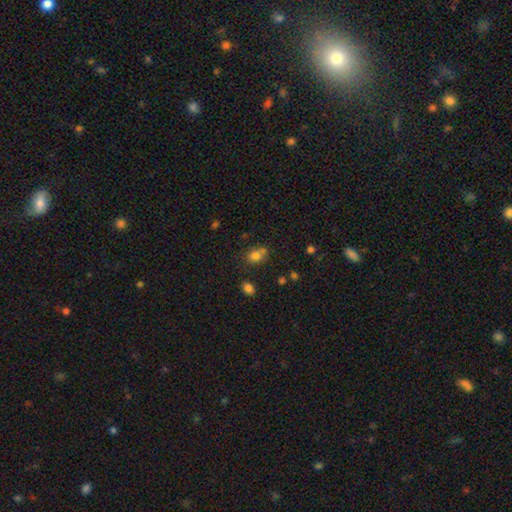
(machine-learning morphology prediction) smooth 77%, star or artifact 14%, featured or disk 9%. Down the decision tree: how rounded — round (52%); merging — none (50%).